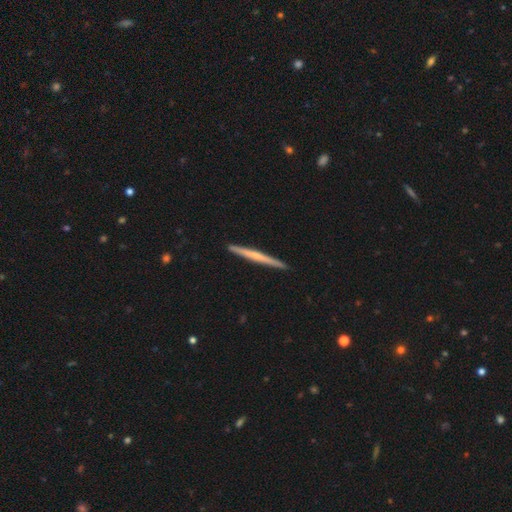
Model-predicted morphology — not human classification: smooth_or_featured: featured or disk (p=0.57) [alt: smooth p=0.38]
disk_edge_on: yes (p=0.98) [alt: no p=0.02]
edge_on_bulge: none (p=0.61) [alt: rounded p=0.32]
merging: none (p=0.93) [alt: minor disturbance p=0.05]